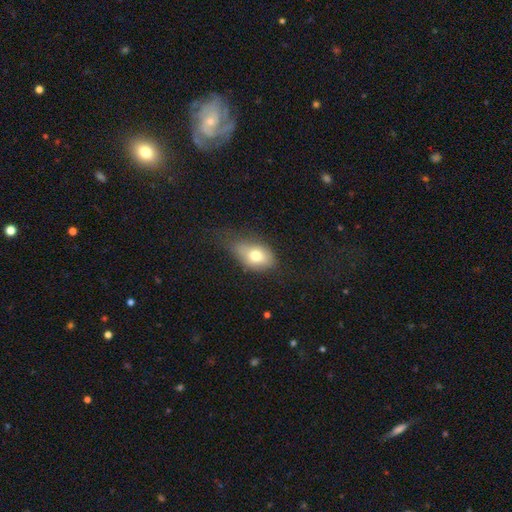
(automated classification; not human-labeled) Smooth or featured? smooth (74%)
How rounded? in between (84%)
Merging? none (40%)